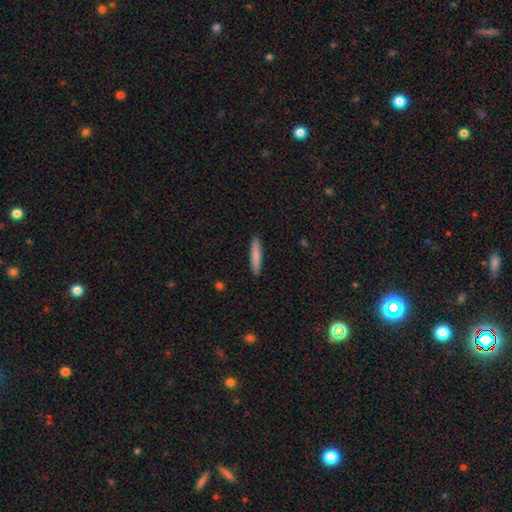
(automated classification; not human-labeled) This appears to be a smooth galaxy with no disk features (82%) that is cigar-shaped (89%). Merging: none (90%).